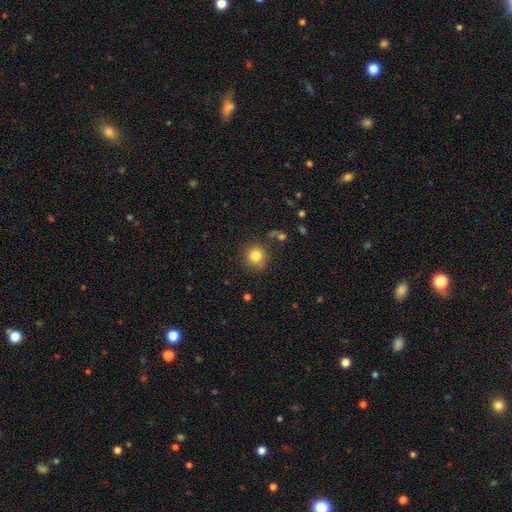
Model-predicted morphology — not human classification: type=smooth (83%); roundness=round (91%); merging=none (81%).